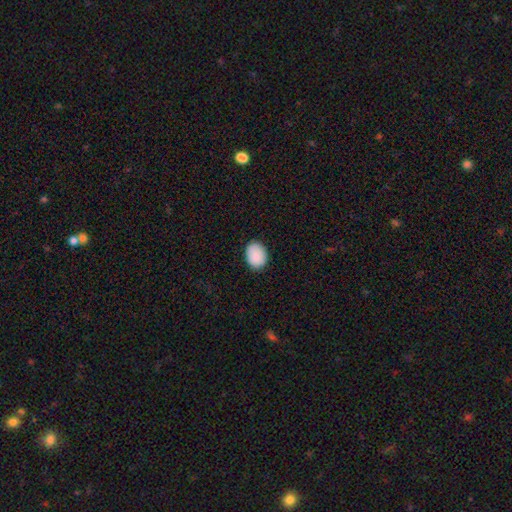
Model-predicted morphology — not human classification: A smooth galaxy with no disk features (90%) that is in between round and cigar-shaped (67%).

Vote fractions:
- Smooth or featured? smooth: 90% / star or artifact: 7% / featured or disk: 4%
- How rounded? in between: 67% / round: 32% / cigar-shaped: 1%
- Merging? none: 86% / minor disturbance: 11% / major disturbance: 2% / merger: 1%